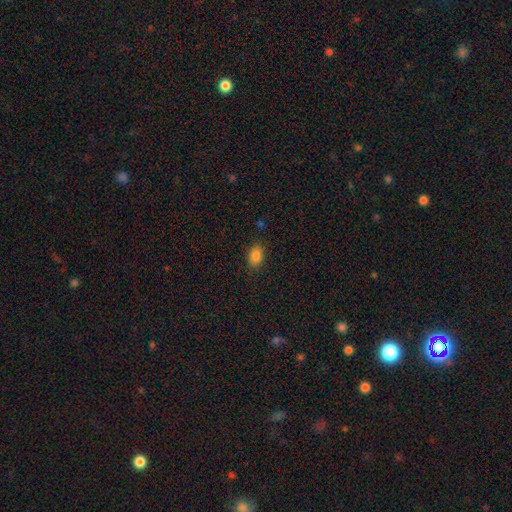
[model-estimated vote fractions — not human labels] Smooth or featured? smooth (85%)
How rounded? in between (83%)
Merging? none (85%)